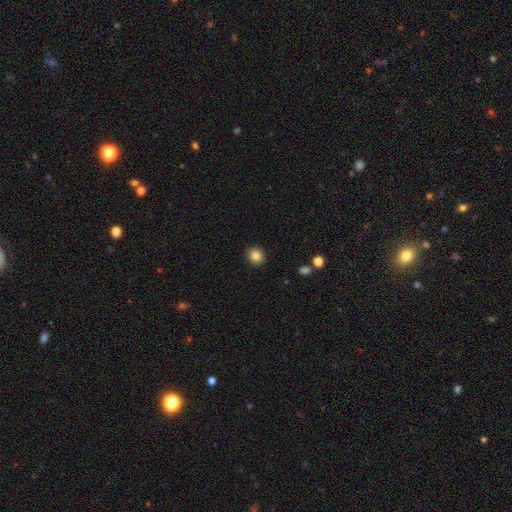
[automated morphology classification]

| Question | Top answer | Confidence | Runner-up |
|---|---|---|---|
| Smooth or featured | smooth | 84% | star or artifact (10%) |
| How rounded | round | 89% | in between (10%) |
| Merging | none | 92% | minor disturbance (5%) |